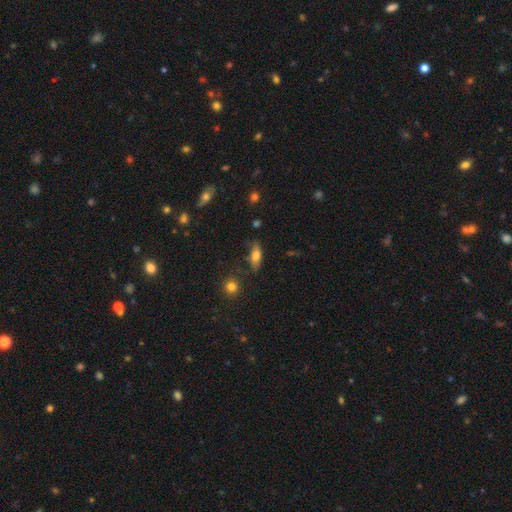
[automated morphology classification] This appears to be a smooth galaxy with no disk features (70%) that is in between round and cigar-shaped (71%). Merging: none (65%).